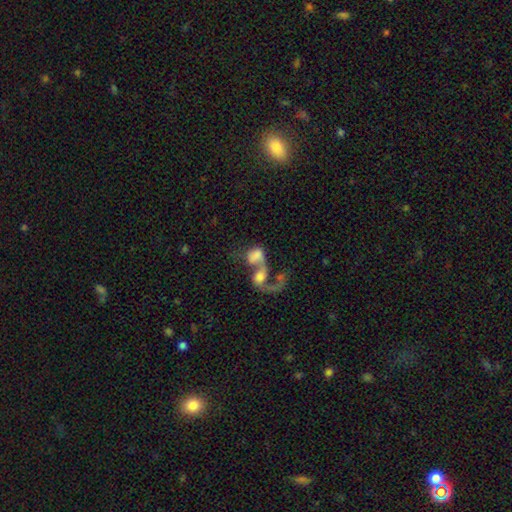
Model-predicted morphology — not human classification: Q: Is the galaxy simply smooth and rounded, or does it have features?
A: smooth — 45%.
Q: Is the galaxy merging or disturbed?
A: merger — 76%.